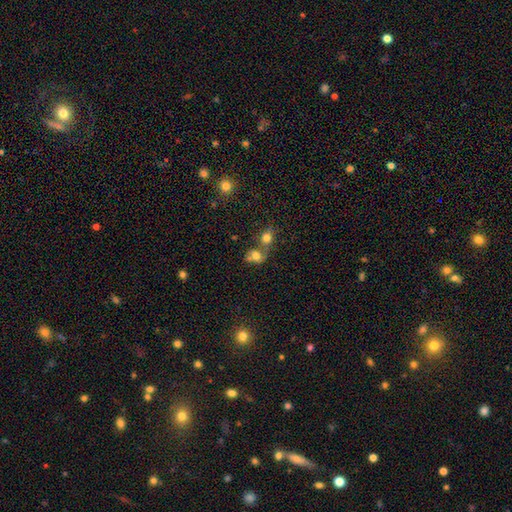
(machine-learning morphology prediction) Smooth or featured? smooth (70%)
How rounded? round (59%)
Merging? merger (55%)